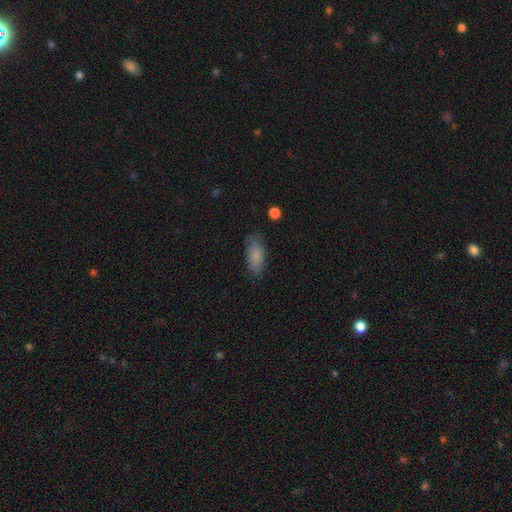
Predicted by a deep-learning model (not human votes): smooth 81%, featured or disk 12%, star or artifact 7%. Down the decision tree: how rounded — in between (84%); merging — none (77%).